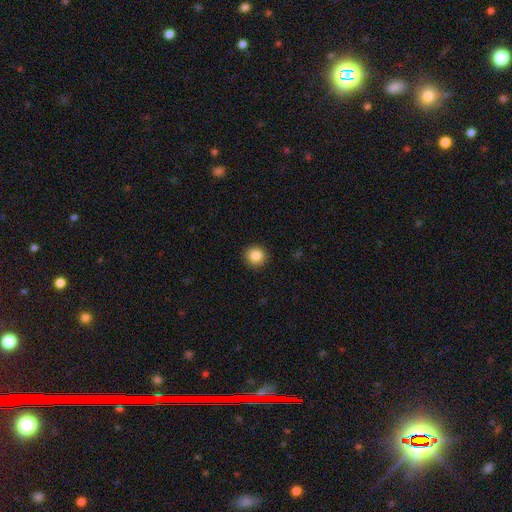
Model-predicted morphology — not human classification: Smooth or featured?
  - smooth: 86% *
  - star or artifact: 10%
  - featured or disk: 5%
How rounded?
  - round: 94% *
  - in between: 5%
  - cigar-shaped: 1%
Merging?
  - none: 92% *
  - minor disturbance: 6%
  - major disturbance: 2%
  - merger: 1%